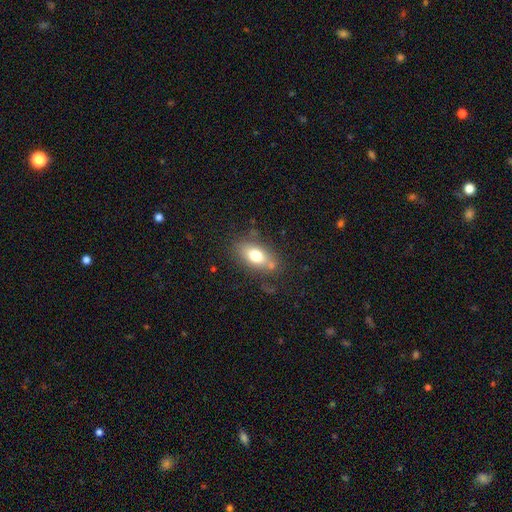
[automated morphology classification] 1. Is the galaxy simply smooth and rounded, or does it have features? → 73% smooth, 19% featured or disk, 9% star or artifact.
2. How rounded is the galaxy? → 83% in between, 10% round, 7% cigar-shaped.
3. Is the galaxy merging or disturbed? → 70% none, 17% minor disturbance, 7% merger, 6% major disturbance.